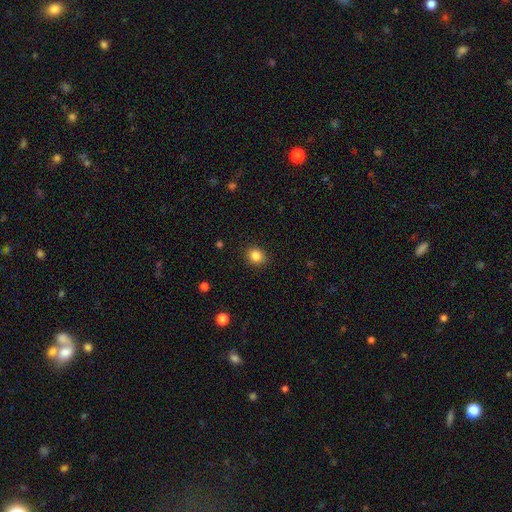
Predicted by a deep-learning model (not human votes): smooth_or_featured: smooth (p=0.85) [alt: star or artifact p=0.11]
how_rounded: round (p=0.77) [alt: in between p=0.22]
merging: none (p=0.89) [alt: minor disturbance p=0.08]